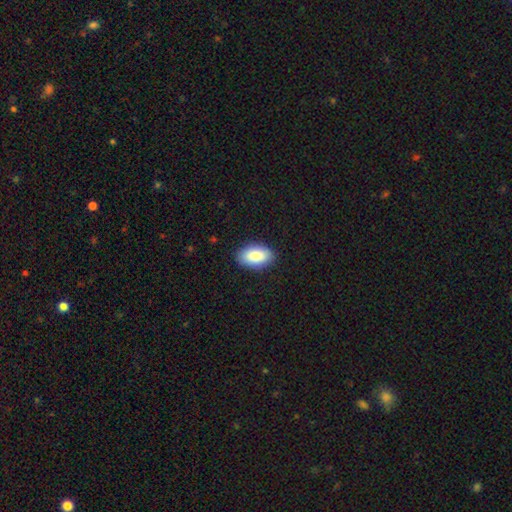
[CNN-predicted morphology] Smooth or featured: smooth — 86% (featured or disk — 8%)
How rounded: in between — 93% (round — 5%)
Merging: none — 88% (minor disturbance — 9%)